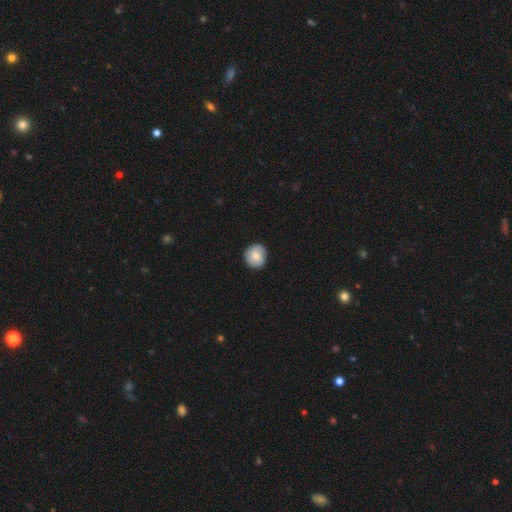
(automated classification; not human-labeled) Smooth or featured: smooth — 80% (featured or disk — 13%)
How rounded: round — 89% (in between — 10%)
Merging: none — 85% (minor disturbance — 12%)